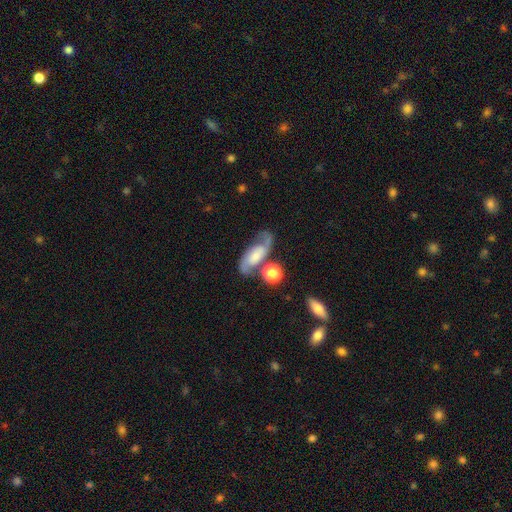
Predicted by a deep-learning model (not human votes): The model was most divided on "spiral winding": loose: 45%, medium: 42%, tight: 13%. Remaining: spiral arms — yes (94%); edge-on disk — no (93%); spiral arm count — 2 (90%); smooth or featured — featured or disk (73%); merging — none (57%); bar — no (48%); bulge size — small (34%).